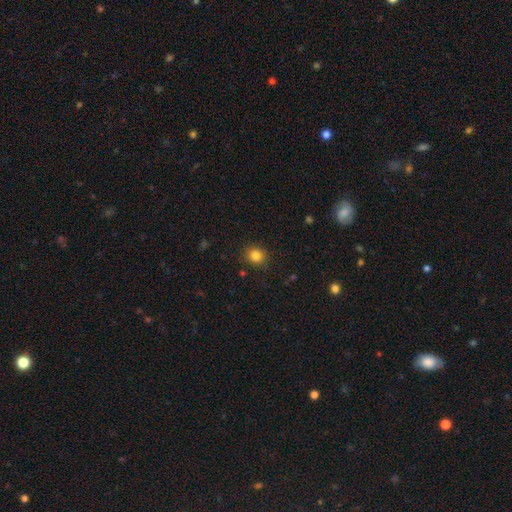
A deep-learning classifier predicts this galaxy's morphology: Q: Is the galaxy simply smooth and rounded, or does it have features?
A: smooth — 83%.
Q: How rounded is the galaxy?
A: round — 78%.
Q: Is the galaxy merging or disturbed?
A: none — 88%.